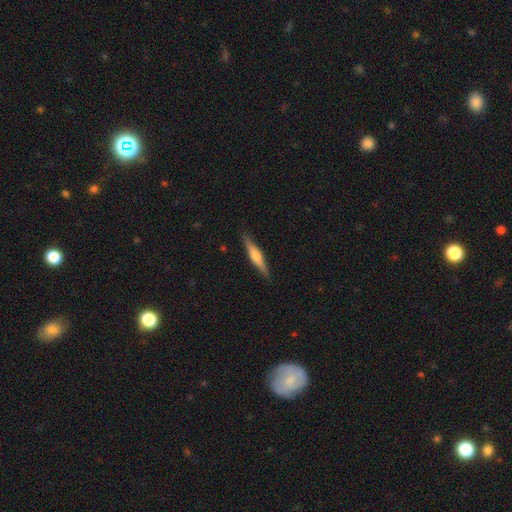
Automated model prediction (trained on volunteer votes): featured or disk 52%, smooth 42%, star or artifact 6%. Down the decision tree: edge-on disk — yes (97%); edge-on bulge — rounded (72%); merging — none (89%).